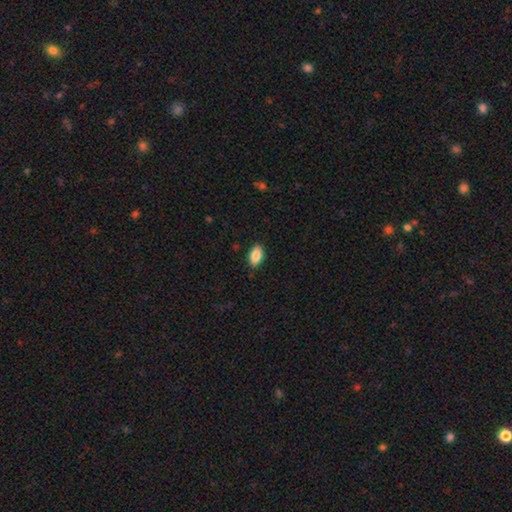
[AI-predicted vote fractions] This appears to be a smooth galaxy with no disk features (88%) that is in between round and cigar-shaped (93%). Merging: none (86%).